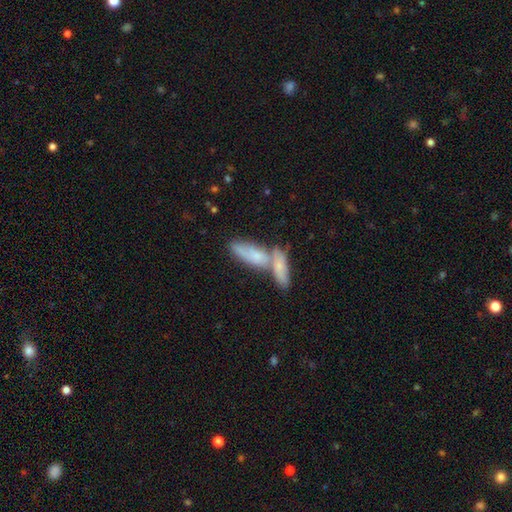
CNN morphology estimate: smooth 53%, featured or disk 36%, star or artifact 10%. Down the decision tree: how rounded — in between (52%); merging — merger (62%).